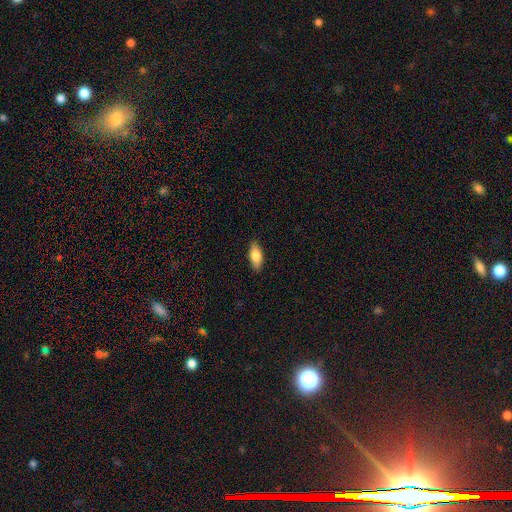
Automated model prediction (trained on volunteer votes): smooth 79%, featured or disk 15%, star or artifact 6%. Down the decision tree: how rounded — in between (80%); merging — none (88%).